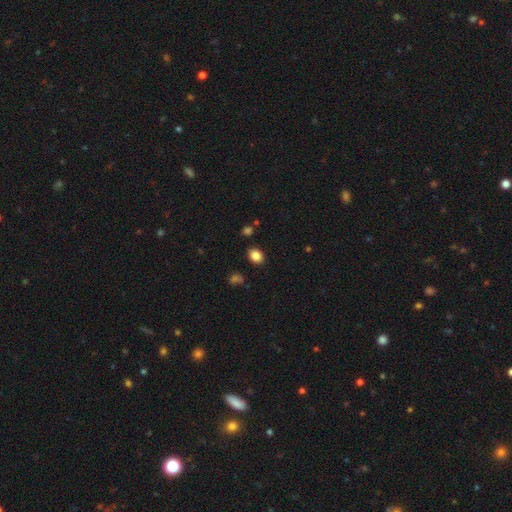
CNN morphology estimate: smooth_or_featured: smooth (p=0.85) [alt: star or artifact p=0.10]
how_rounded: in between (p=0.60) [alt: round p=0.40]
merging: none (p=0.87) [alt: minor disturbance p=0.08]